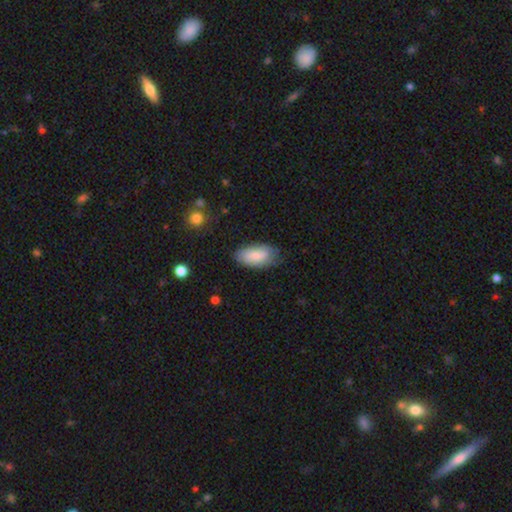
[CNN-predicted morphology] smooth 79%, featured or disk 15%, star or artifact 6%. Down the decision tree: how rounded — in between (93%); merging — none (73%).